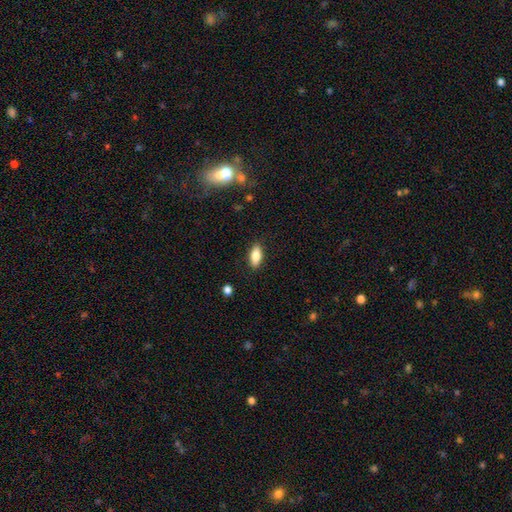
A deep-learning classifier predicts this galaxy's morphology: smooth_or_featured: smooth (p=0.80) [alt: featured or disk p=0.13]
how_rounded: in between (p=0.83) [alt: cigar-shaped p=0.14]
merging: none (p=0.87) [alt: minor disturbance p=0.09]